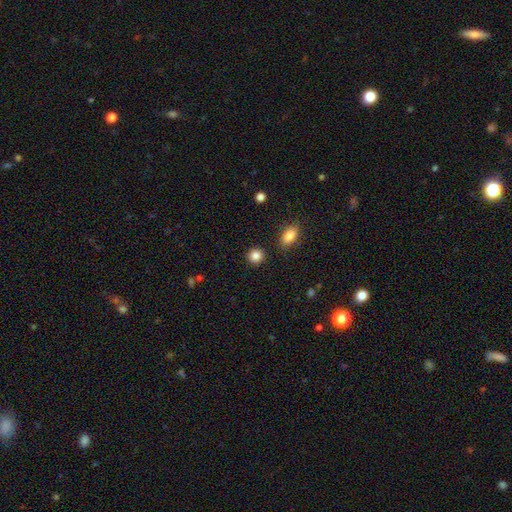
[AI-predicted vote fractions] Morphology: type=smooth (86%); roundness=round (88%); merging=none (90%).